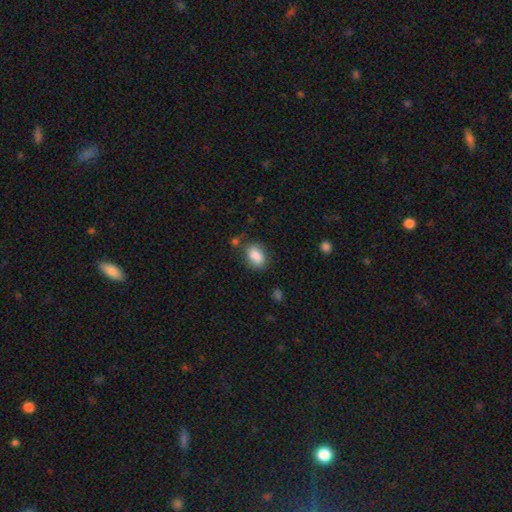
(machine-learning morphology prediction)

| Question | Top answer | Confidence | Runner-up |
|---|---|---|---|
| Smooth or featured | smooth | 86% | star or artifact (7%) |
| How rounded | in between | 83% | round (16%) |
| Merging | none | 72% | minor disturbance (17%) |